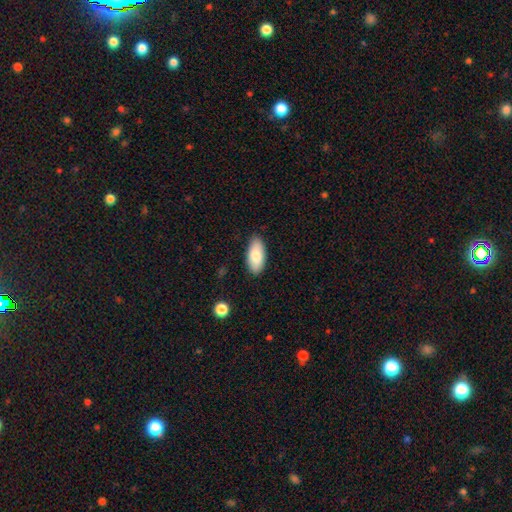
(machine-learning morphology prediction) Smooth or featured: smooth — 81% (featured or disk — 13%)
How rounded: in between — 90% (cigar-shaped — 8%)
Merging: none — 86% (minor disturbance — 11%)